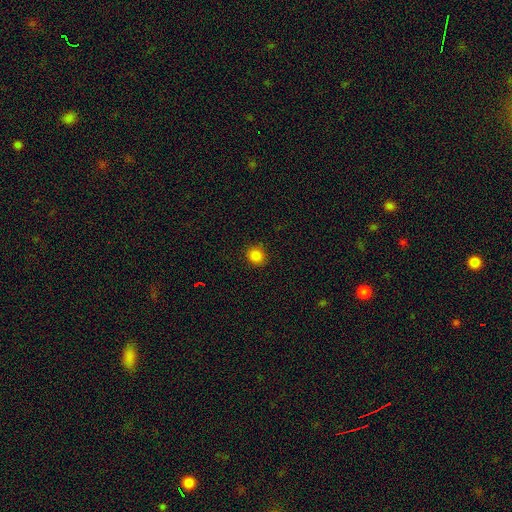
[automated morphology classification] Smooth or featured? smooth (84%)
How rounded? round (83%)
Merging? none (89%)